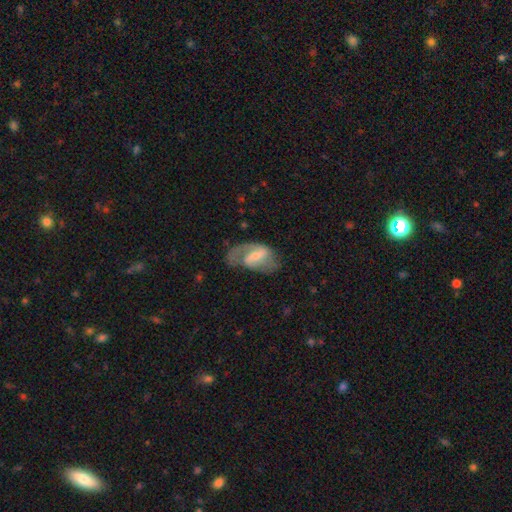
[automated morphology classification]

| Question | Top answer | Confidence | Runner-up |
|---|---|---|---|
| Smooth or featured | featured or disk | 77% | smooth (17%) |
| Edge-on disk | no | 96% | yes (4%) |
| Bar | weak | 46% | strong (40%) |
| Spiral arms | yes | 90% | no (10%) |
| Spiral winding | medium | 48% | loose (35%) |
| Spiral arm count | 2 | 73% | 1 (17%) |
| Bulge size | small | 51% | moderate (38%) |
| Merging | none | 54% | minor disturbance (24%) |